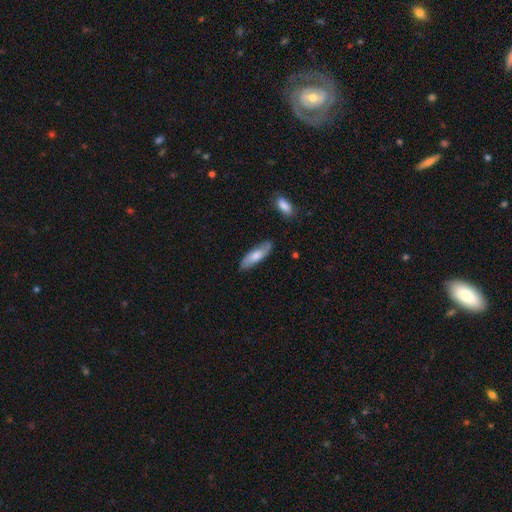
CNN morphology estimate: type=smooth (62%); roundness=cigar-shaped (50%); merging=none (79%).